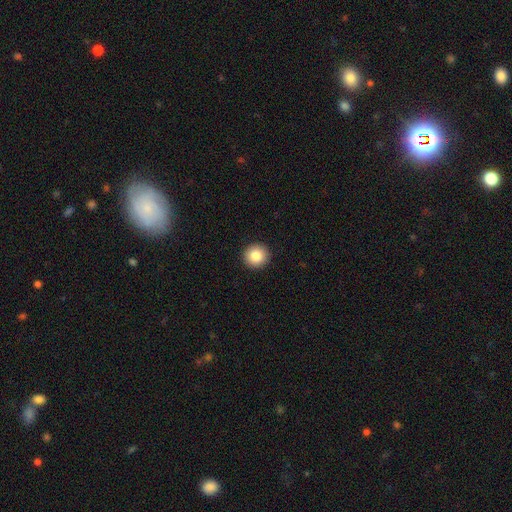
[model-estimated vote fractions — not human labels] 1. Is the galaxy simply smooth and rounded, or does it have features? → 84% smooth, 9% star or artifact, 7% featured or disk.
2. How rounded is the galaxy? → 94% round, 6% in between, 1% cigar-shaped.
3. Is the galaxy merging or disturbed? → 93% none, 4% minor disturbance, 1% major disturbance, 1% merger.